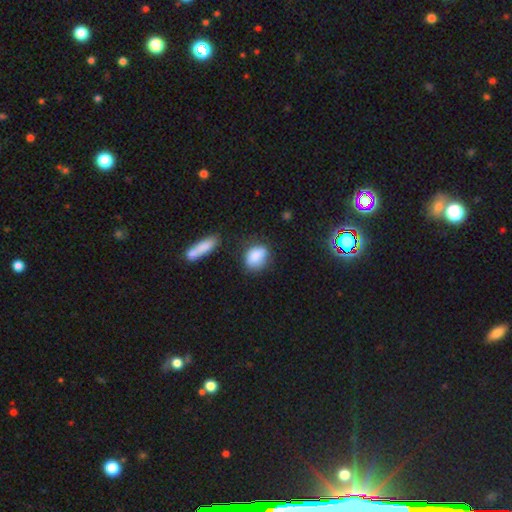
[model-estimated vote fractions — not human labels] Q: Smooth or featured?
A: smooth (85%); runner-up: featured or disk (8%)
Q: How rounded?
A: in between (67%); runner-up: round (30%)
Q: Merging?
A: none (62%); runner-up: minor disturbance (25%)